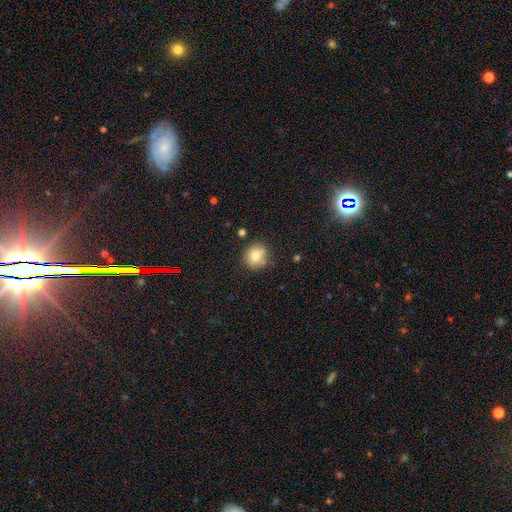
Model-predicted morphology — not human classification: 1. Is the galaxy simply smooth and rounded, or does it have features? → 78% smooth, 12% featured or disk, 10% star or artifact.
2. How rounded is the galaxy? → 89% round, 10% in between, 1% cigar-shaped.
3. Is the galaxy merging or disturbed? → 78% none, 14% minor disturbance, 5% merger, 3% major disturbance.